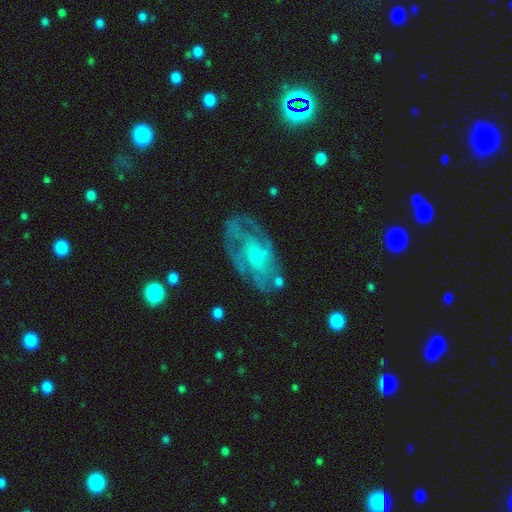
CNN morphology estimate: Q: Smooth or featured?
A: featured or disk (75%); runner-up: smooth (19%)
Q: Edge-on disk?
A: no (94%); runner-up: yes (6%)
Q: Bar?
A: no (64%); runner-up: weak (30%)
Q: Spiral arms?
A: yes (73%); runner-up: no (27%)
Q: Spiral winding?
A: tight (43%); runner-up: medium (39%)
Q: Spiral arm count?
A: can't tell (47%); runner-up: 2 (23%)
Q: Bulge size?
A: small (52%); runner-up: moderate (35%)
Q: Merging?
A: none (63%); runner-up: minor disturbance (21%)